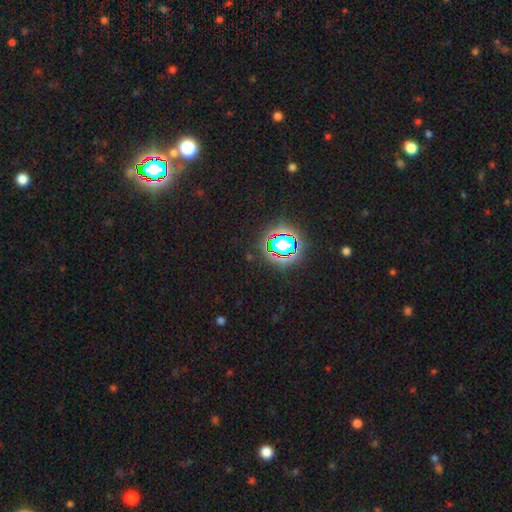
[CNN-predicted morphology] Q: Smooth or featured?
A: star or artifact (81%); runner-up: smooth (12%)